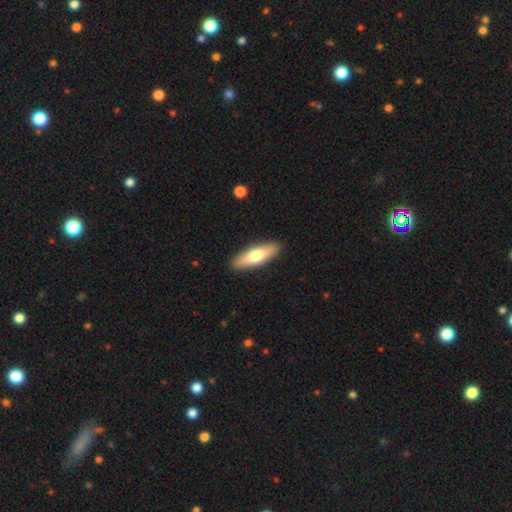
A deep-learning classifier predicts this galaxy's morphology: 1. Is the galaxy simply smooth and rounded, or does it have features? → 69% smooth, 26% featured or disk, 5% star or artifact.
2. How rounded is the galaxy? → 51% cigar-shaped, 47% in between, 2% round.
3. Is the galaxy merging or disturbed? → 90% none, 7% minor disturbance, 2% major disturbance, 1% merger.